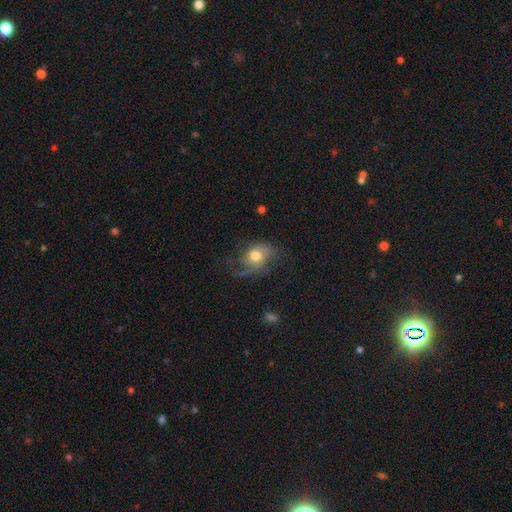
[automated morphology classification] smooth-or-featured: featured or disk: 50% | smooth: 41% | star or artifact: 9%
  disk-edge-on: no: 96% | yes: 4%
  merging: none: 39% | major disturbance: 35% | minor disturbance: 24% | merger: 2%